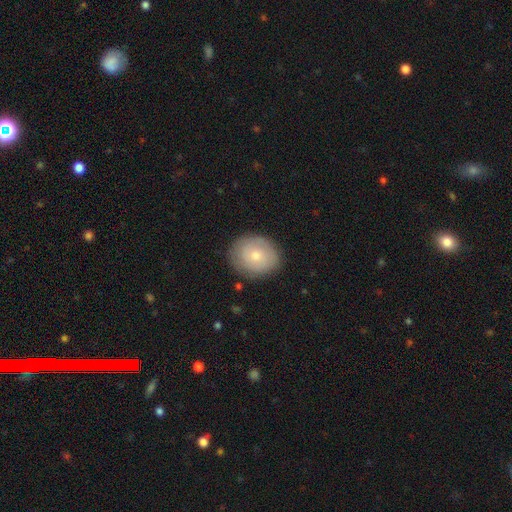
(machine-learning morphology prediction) Smooth or featured? Predicted: smooth (p=0.70). How rounded? Predicted: round (p=0.62). Merging? Predicted: none (p=0.83).